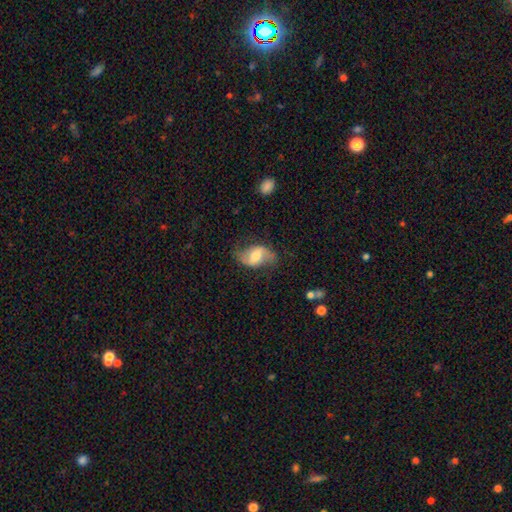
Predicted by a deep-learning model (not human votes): Smooth or featured?
  - featured or disk: 54% *
  - smooth: 39%
  - star or artifact: 7%
Edge-on disk?
  - no: 93% *
  - yes: 7%
Bar?
  - weak: 42% *
  - no: 29%
  - strong: 29%
Spiral arms?
  - yes: 78% *
  - no: 22%
Bulge size?
  - moderate: 57% *
  - small: 22%
  - large: 14%
  - none: 4%
  - dominant: 2%
Merging?
  - none: 62% *
  - minor disturbance: 24%
  - major disturbance: 12%
  - merger: 2%